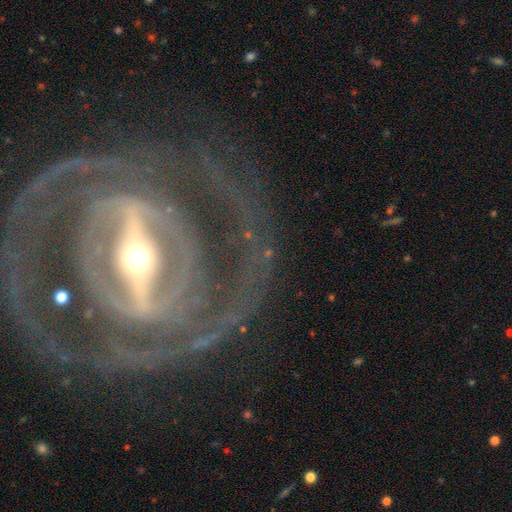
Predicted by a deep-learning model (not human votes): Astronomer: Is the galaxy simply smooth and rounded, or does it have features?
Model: featured or disk — 90%.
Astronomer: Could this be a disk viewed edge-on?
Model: no — 90%.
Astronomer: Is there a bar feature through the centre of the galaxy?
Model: strong — 83%.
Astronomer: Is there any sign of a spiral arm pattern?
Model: yes — 88%.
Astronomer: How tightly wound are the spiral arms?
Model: tight — 59%.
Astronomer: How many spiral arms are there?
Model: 2 — 47%.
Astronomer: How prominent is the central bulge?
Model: moderate — 56% (runner-up: small, 33%).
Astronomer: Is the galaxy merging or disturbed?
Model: none — 70%.